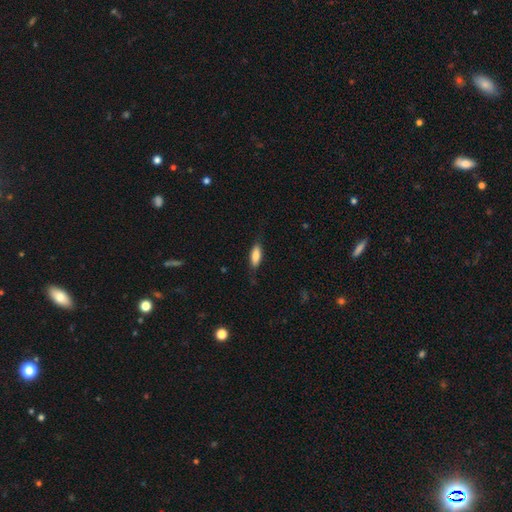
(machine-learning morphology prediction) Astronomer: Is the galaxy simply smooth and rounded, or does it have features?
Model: smooth — 81%.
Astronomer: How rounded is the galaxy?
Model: in between — 65%.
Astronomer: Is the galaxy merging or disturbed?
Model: none — 77%.